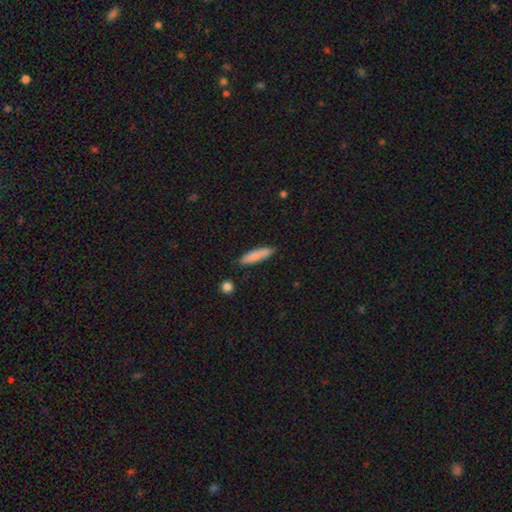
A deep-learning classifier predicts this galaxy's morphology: smooth_or_featured: smooth (p=0.83) [alt: featured or disk p=0.11]
how_rounded: cigar-shaped (p=0.75) [alt: in between p=0.23]
merging: none (p=0.85) [alt: minor disturbance p=0.11]